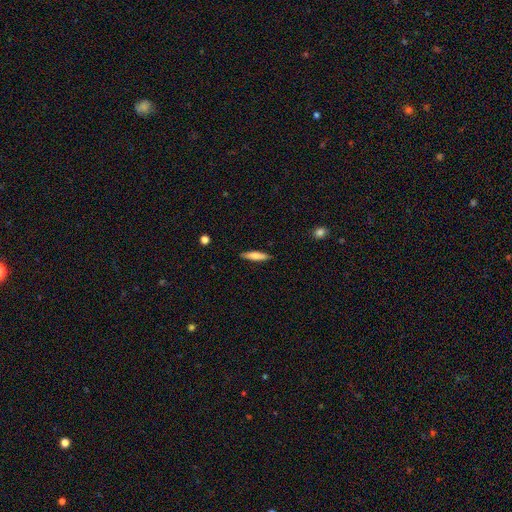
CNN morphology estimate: A smooth galaxy with no disk features (71%) that is cigar-shaped (80%). Merging: none (89%).